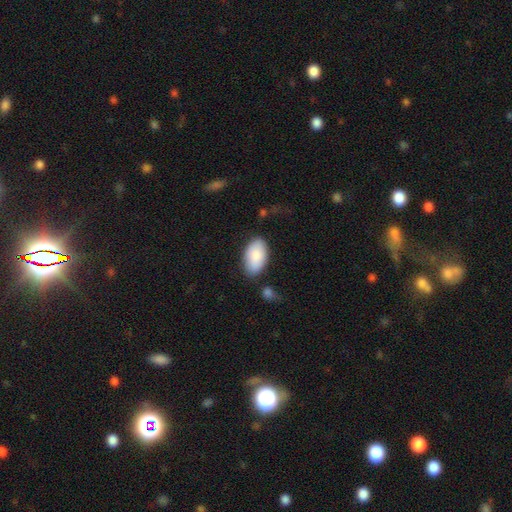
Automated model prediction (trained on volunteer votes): Smooth or featured? smooth (87%)
How rounded? in between (95%)
Merging? none (77%)